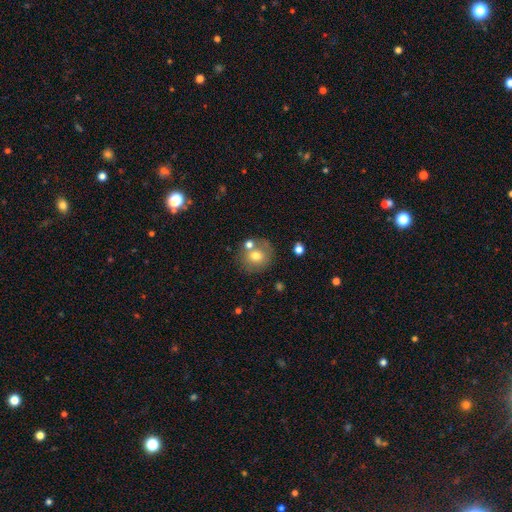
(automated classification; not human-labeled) This appears to be a smooth galaxy with no disk features (70%) that is round (82%). Merging: none (65%).